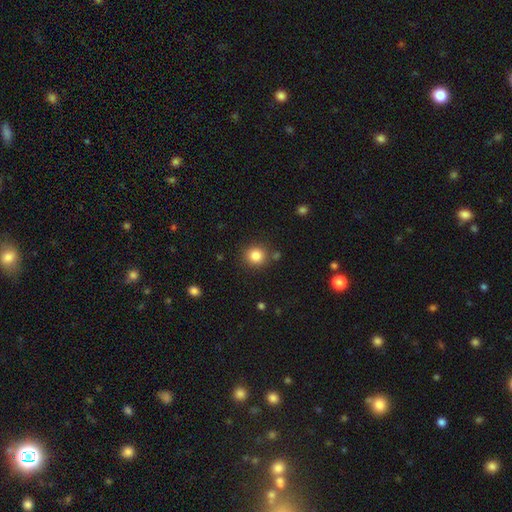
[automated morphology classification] smooth 84%, star or artifact 11%, featured or disk 5%. Down the decision tree: how rounded — round (90%); merging — none (84%).